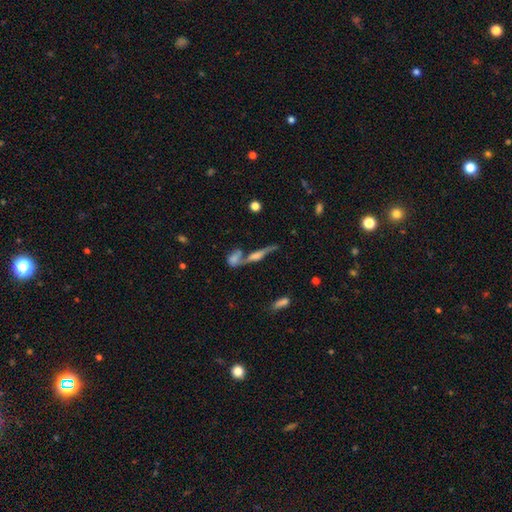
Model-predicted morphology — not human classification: smooth_or_featured: featured or disk (p=0.65) [alt: smooth p=0.22]
disk_edge_on: yes (p=0.81) [alt: no p=0.19]
edge_on_bulge: rounded (p=0.75) [alt: boxy p=0.16]
merging: none (p=0.46) [alt: merger p=0.36]